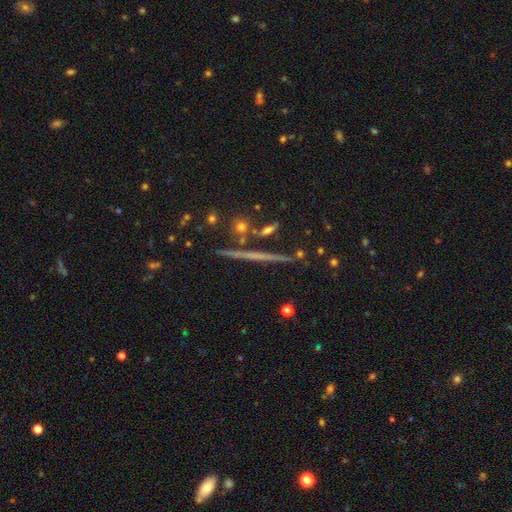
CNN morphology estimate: Smooth or featured? Predicted: featured or disk (p=0.62). Edge-on disk? Predicted: yes (p=0.96). Edge-on bulge? Predicted: none (p=0.76). Merging? Predicted: none (p=0.86).